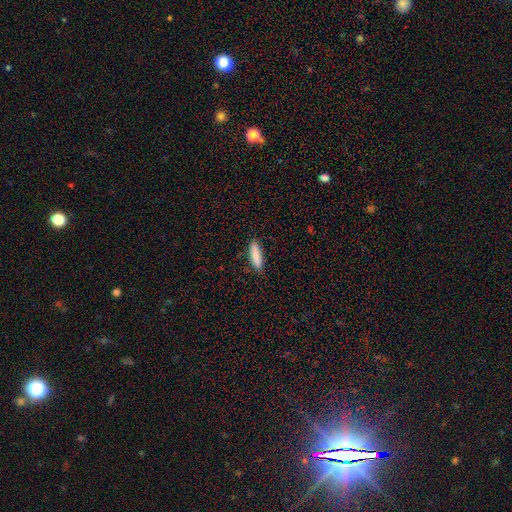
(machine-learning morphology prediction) type=smooth (87%); roundness=cigar-shaped (71%); merging=none (86%).